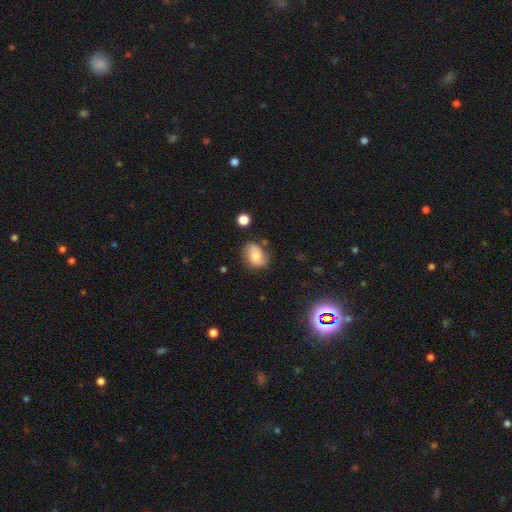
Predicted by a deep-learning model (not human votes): Smooth or featured? Predicted: smooth (p=0.70). How rounded? Predicted: in between (p=0.70). Merging? Predicted: none (p=0.66).